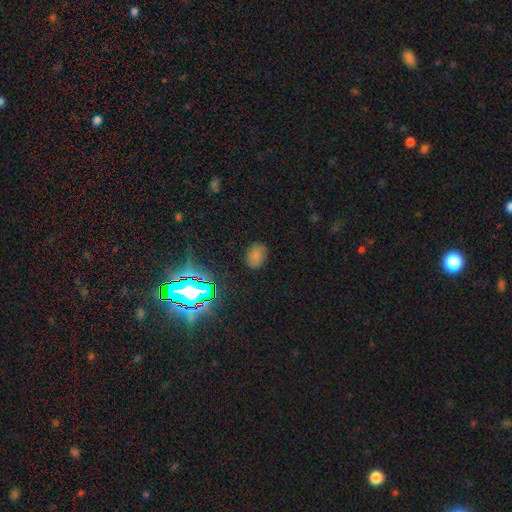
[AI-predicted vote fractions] Smooth or featured?
  - smooth: 69% *
  - star or artifact: 20%
  - featured or disk: 10%
How rounded?
  - in between: 70% *
  - round: 28%
  - cigar-shaped: 1%
Merging?
  - none: 81% *
  - minor disturbance: 14%
  - major disturbance: 4%
  - merger: 1%